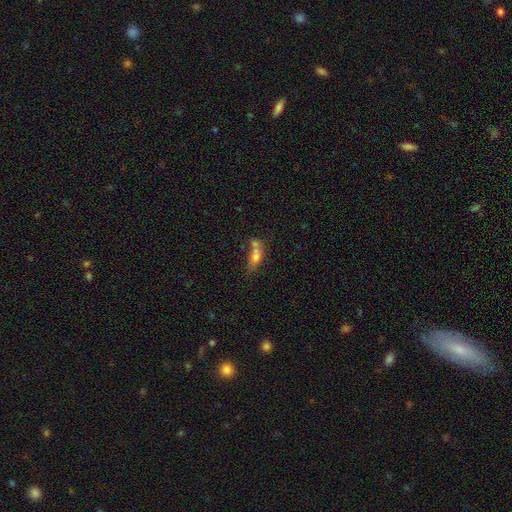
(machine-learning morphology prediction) Q: Smooth or featured?
A: smooth (61%); runner-up: featured or disk (27%)
Q: How rounded?
A: in between (63%); runner-up: cigar-shaped (24%)
Q: Merging?
A: merger (48%); runner-up: none (29%)